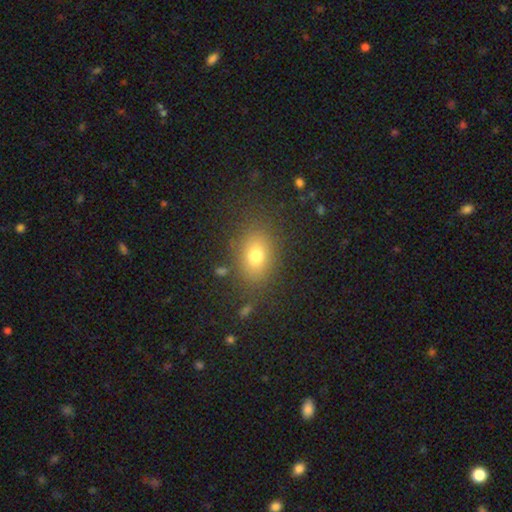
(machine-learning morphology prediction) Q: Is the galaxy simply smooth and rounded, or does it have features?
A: smooth — 75%.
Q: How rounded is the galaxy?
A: in between — 69%.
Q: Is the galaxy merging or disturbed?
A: none — 82%.